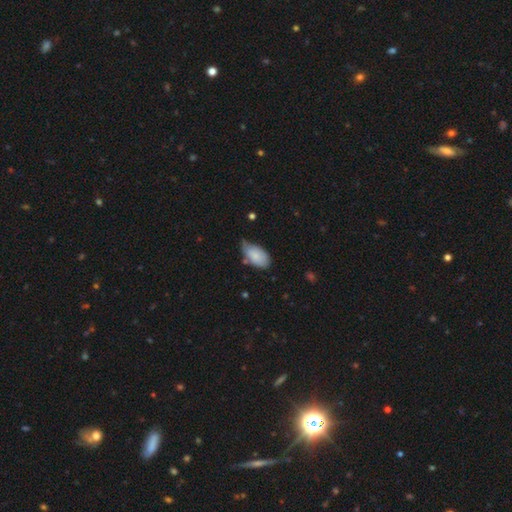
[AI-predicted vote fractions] The model was most divided on "merging": none: 47%, minor disturbance: 41%, major disturbance: 7%, merger: 5%. More confident: how rounded — in between (95%); smooth or featured — smooth (82%).